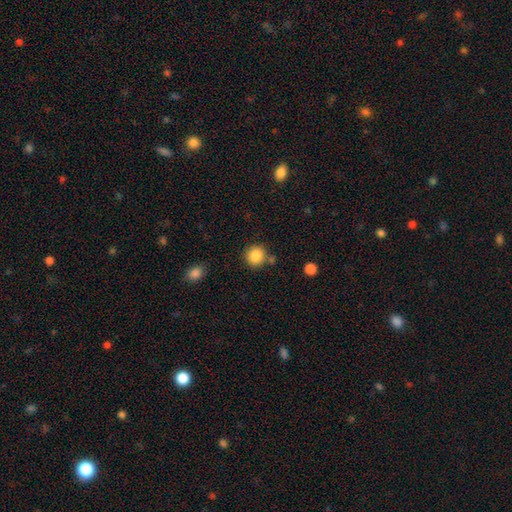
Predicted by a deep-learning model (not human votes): Smooth or featured? Predicted: smooth (p=0.86). How rounded? Predicted: round (p=0.90). Merging? Predicted: none (p=0.79).